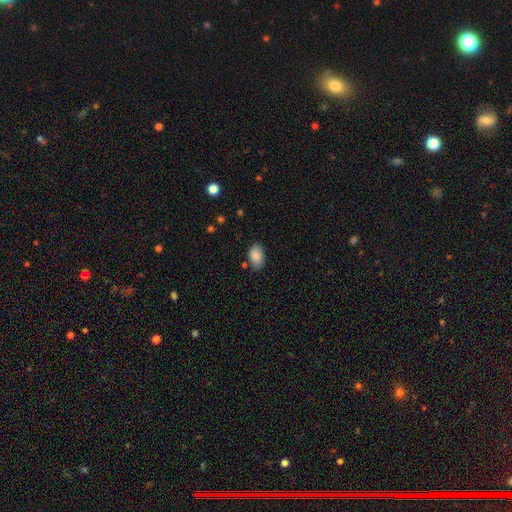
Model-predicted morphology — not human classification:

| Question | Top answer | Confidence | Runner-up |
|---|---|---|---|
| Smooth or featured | smooth | 87% | star or artifact (7%) |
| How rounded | in between | 91% | round (8%) |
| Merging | none | 79% | minor disturbance (16%) |